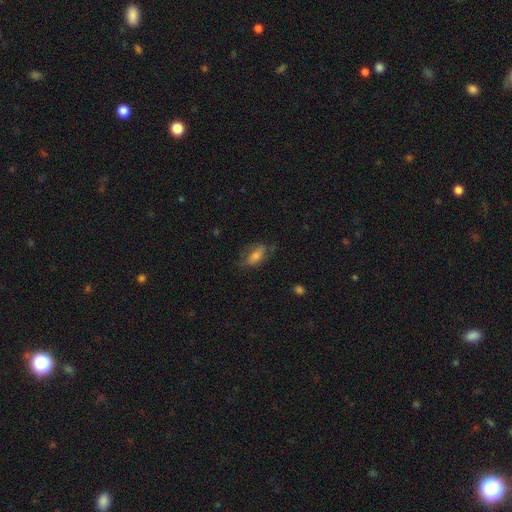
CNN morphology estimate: Overall: smooth (61%; featured or disk 29%). How rounded: in between (81%). Merging: none (62%; minor disturbance 24%).